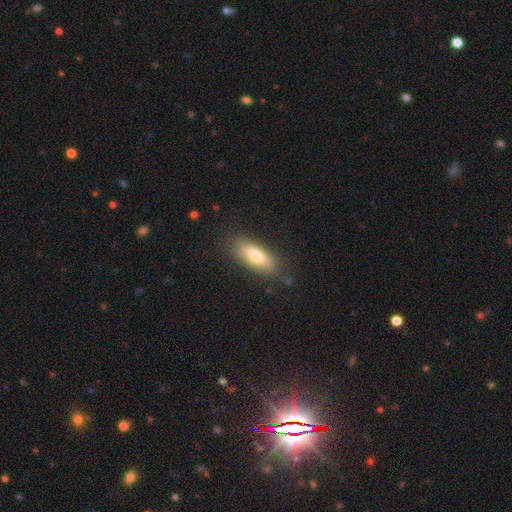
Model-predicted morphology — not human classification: The model was most divided on "how rounded": in between: 68%, cigar-shaped: 30%, round: 2%. More confident: merging — none (84%); smooth or featured — smooth (70%).